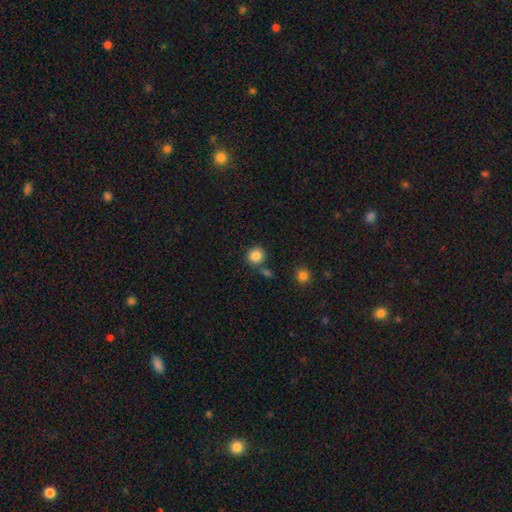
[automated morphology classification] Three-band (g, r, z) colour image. It shows a smooth galaxy with no disk features (85%) that is round (88%). Merging: none (78%).